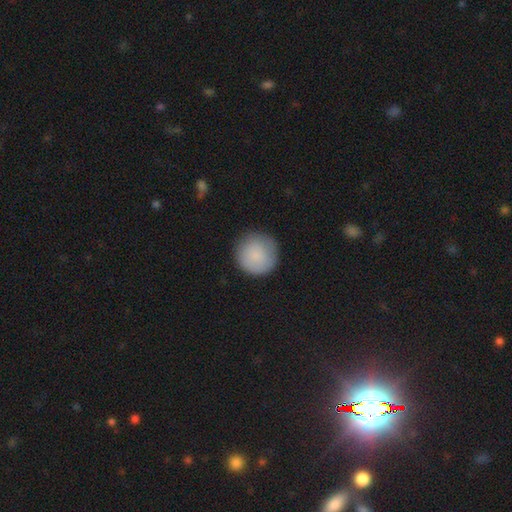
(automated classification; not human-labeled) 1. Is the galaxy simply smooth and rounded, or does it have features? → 86% smooth, 7% featured or disk, 7% star or artifact.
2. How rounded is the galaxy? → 95% round, 4% in between, 1% cigar-shaped.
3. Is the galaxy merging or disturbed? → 83% none, 12% minor disturbance, 3% major disturbance, 1% merger.